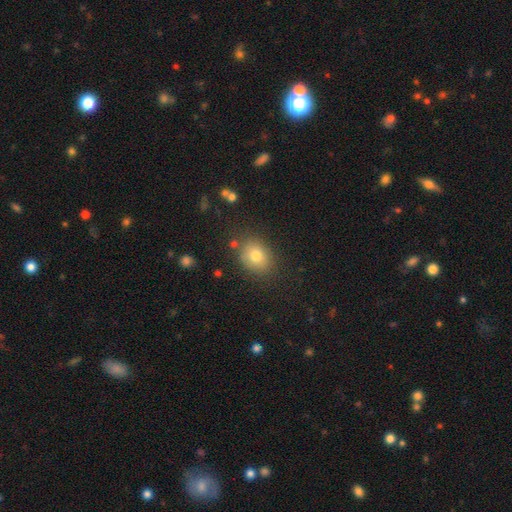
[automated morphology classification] Smooth or featured: smooth — 78% (star or artifact — 11%)
How rounded: in between — 52% (round — 47%)
Merging: none — 79% (minor disturbance — 14%)